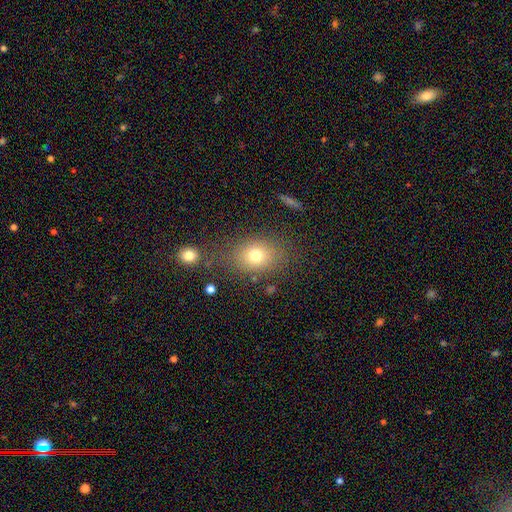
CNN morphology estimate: Smooth or featured? Predicted: smooth (p=0.74). How rounded? Predicted: in between (p=0.60). Merging? Predicted: none (p=0.72).